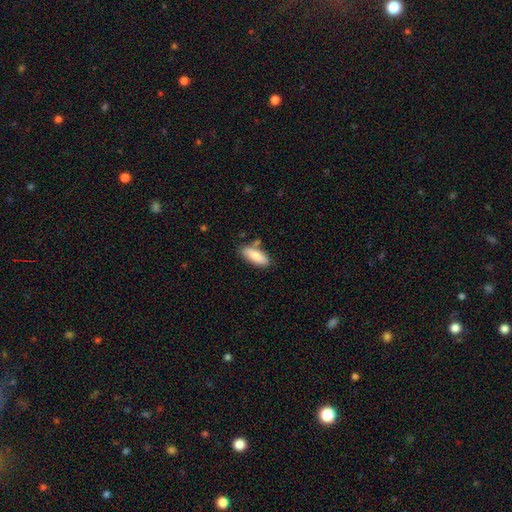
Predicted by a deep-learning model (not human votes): A smooth galaxy with no disk features (84%) that is in between round and cigar-shaped (67%).

Vote fractions:
- Smooth or featured? smooth: 84% / featured or disk: 9% / star or artifact: 6%
- How rounded? in between: 67% / cigar-shaped: 31% / round: 2%
- Merging? none: 75% / minor disturbance: 15% / merger: 7% / major disturbance: 3%